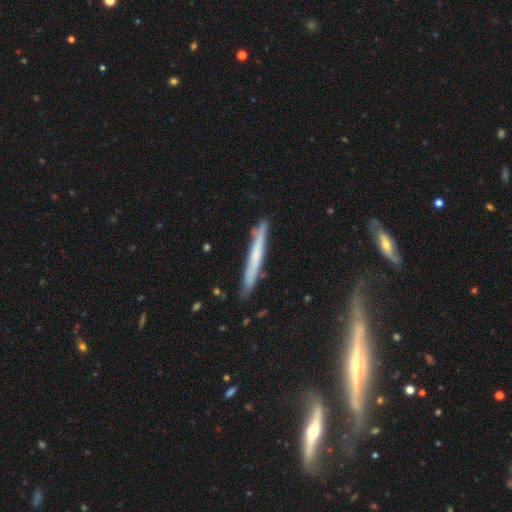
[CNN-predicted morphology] A smooth galaxy with no disk features (47%). Merging: none (83%).